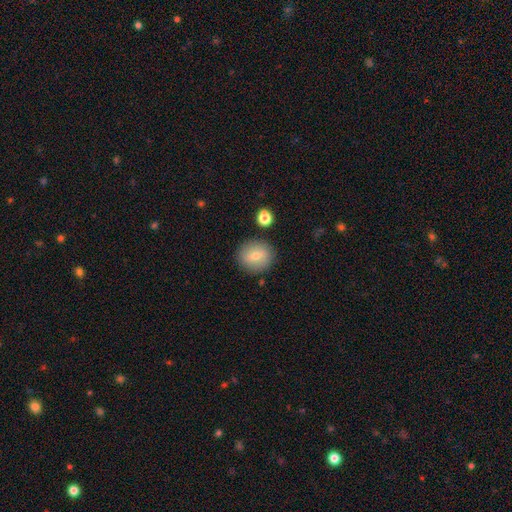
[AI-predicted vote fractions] smooth 70%, featured or disk 21%, star or artifact 9%. Down the decision tree: how rounded — round (84%); merging — none (87%).